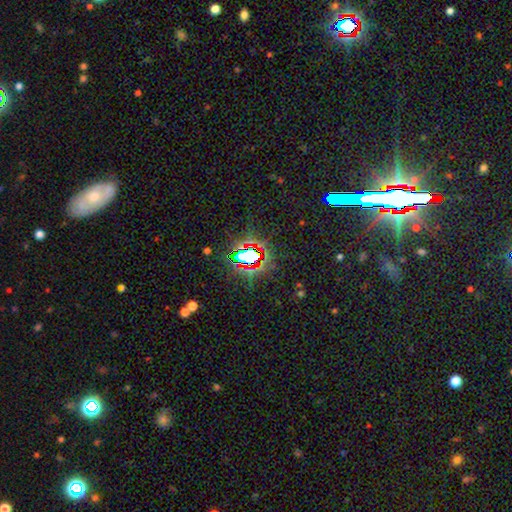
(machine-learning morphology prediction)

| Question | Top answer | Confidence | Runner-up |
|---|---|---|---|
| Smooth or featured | star or artifact | 77% | smooth (13%) |